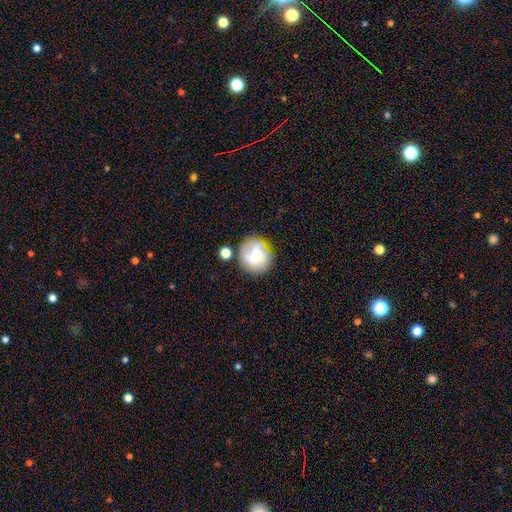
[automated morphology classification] Smooth or featured? smooth (50%)
Merging? none (62%)